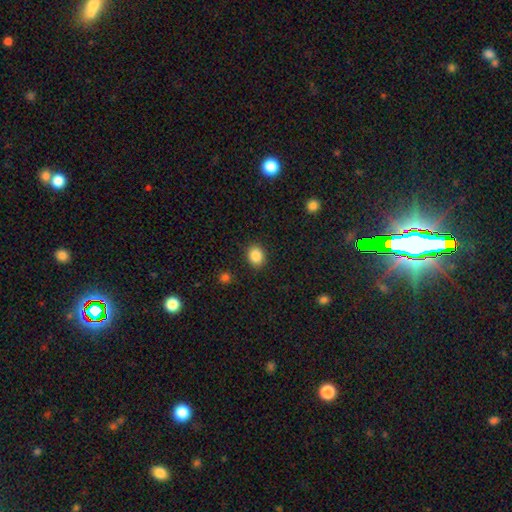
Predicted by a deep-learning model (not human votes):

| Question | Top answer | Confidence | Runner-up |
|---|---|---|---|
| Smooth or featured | smooth | 87% | star or artifact (9%) |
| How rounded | round | 59% | in between (40%) |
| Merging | none | 88% | minor disturbance (8%) |